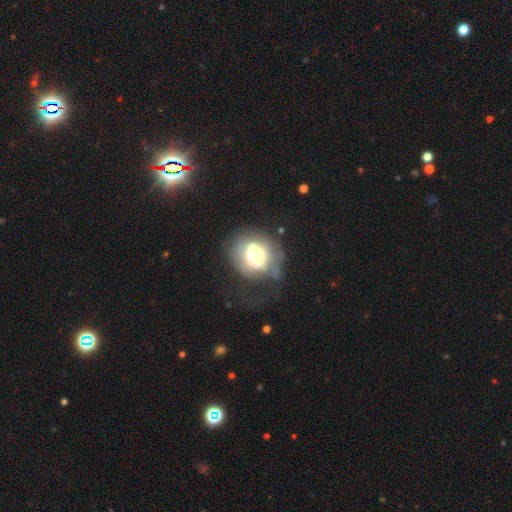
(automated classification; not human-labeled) Smooth or featured?
  - featured or disk: 45% *
  - smooth: 44%
  - star or artifact: 12%
Merging?
  - none: 37% *
  - major disturbance: 33%
  - minor disturbance: 25%
  - merger: 5%